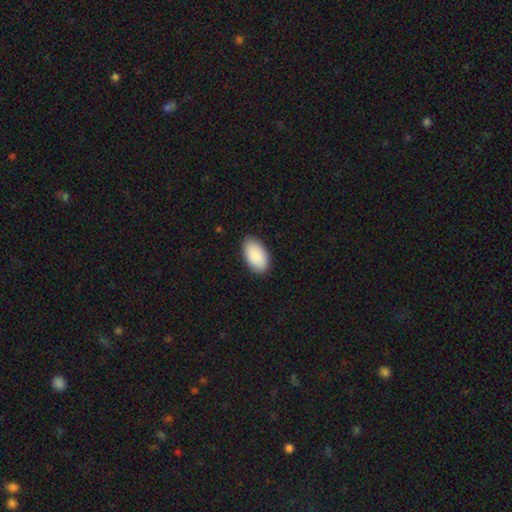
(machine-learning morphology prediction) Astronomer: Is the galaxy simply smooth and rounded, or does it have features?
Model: smooth — 91%.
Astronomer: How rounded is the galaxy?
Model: in between — 96%.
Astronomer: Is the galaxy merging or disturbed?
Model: none — 87%.